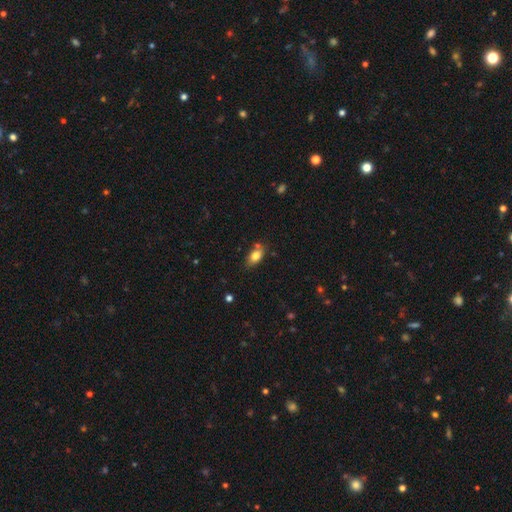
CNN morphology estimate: Smooth or featured? Predicted: smooth (p=0.79). How rounded? Predicted: in between (p=0.87). Merging? Predicted: none (p=0.69).